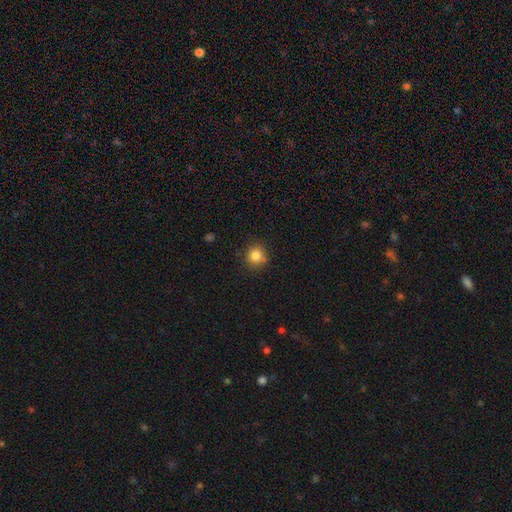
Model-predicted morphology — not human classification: type=smooth (83%); roundness=round (87%); merging=none (78%).